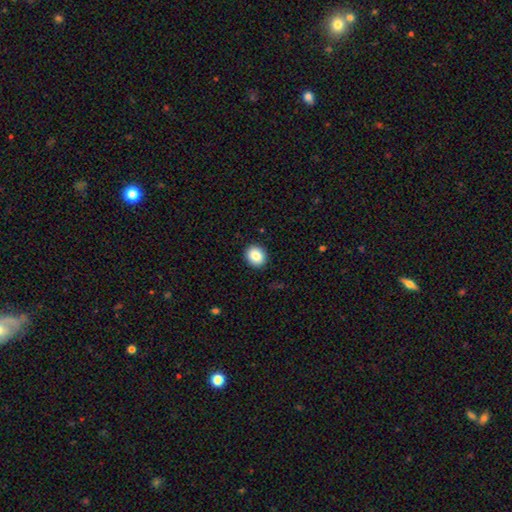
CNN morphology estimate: type=smooth (85%); roundness=round (78%); merging=none (92%).